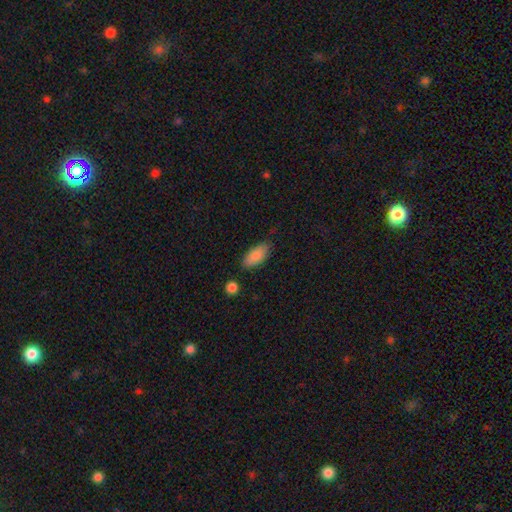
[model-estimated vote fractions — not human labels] Smooth or featured? Predicted: smooth (p=0.85). How rounded? Predicted: in between (p=0.88). Merging? Predicted: none (p=0.78).